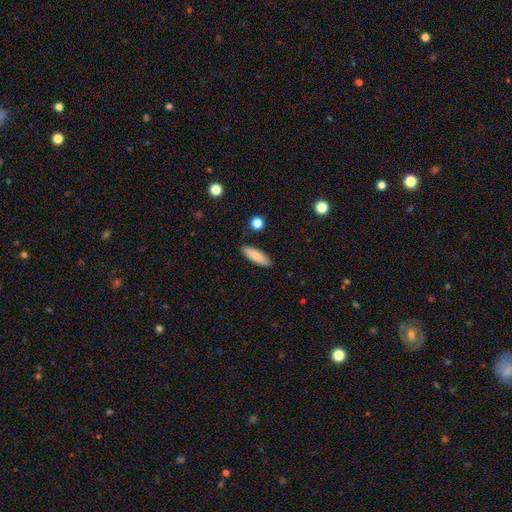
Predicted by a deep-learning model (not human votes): Smooth or featured? smooth (85%)
How rounded? in between (52%)
Merging? none (89%)